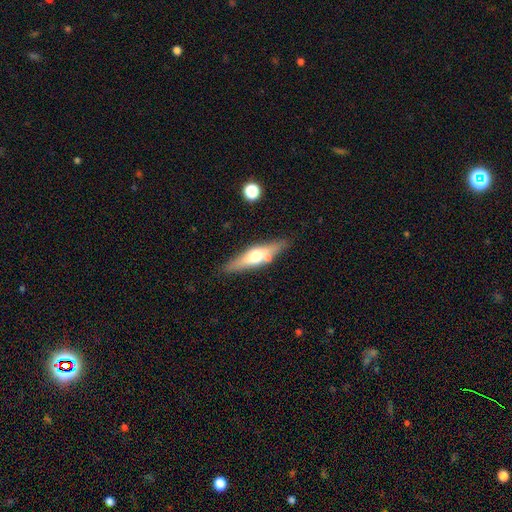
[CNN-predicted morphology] This appears to be a featured or disk galaxy (58%) viewed edge-on (91%) with a rounded central bulge (93%). Merging: none (79%).